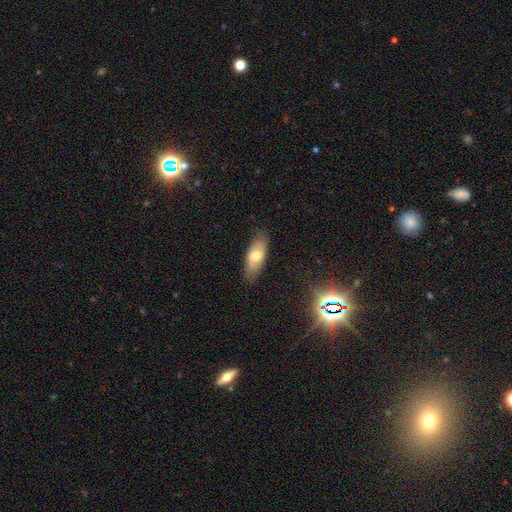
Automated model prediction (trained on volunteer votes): smooth_or_featured: smooth (p=0.61) [alt: featured or disk p=0.32]
how_rounded: in between (p=0.81) [alt: cigar-shaped p=0.16]
merging: none (p=0.81) [alt: minor disturbance p=0.15]